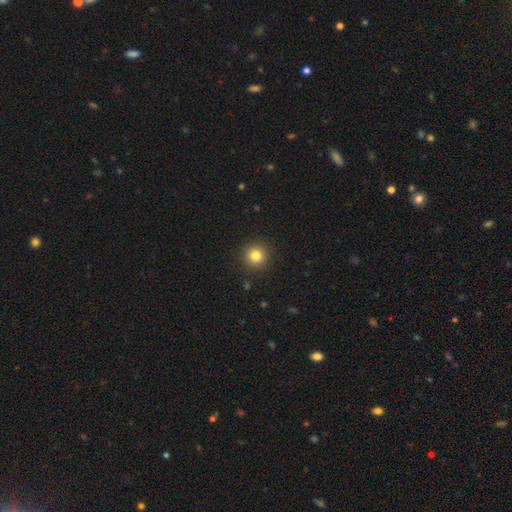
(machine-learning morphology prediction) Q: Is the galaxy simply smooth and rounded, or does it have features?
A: smooth — 82%.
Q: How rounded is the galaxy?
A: round — 94%.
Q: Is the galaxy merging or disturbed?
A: none — 91%.